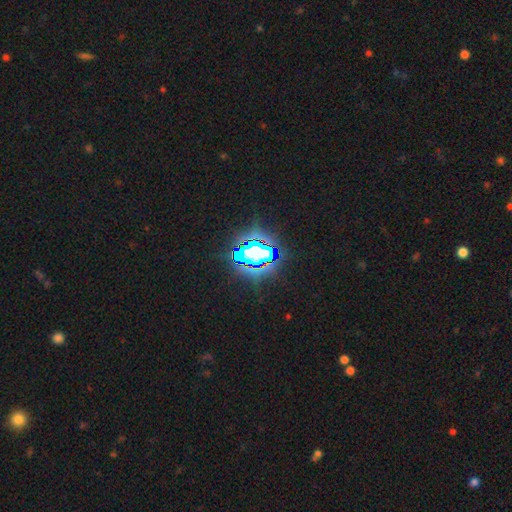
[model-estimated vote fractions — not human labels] Smooth or featured: star or artifact — 69% (smooth — 17%)